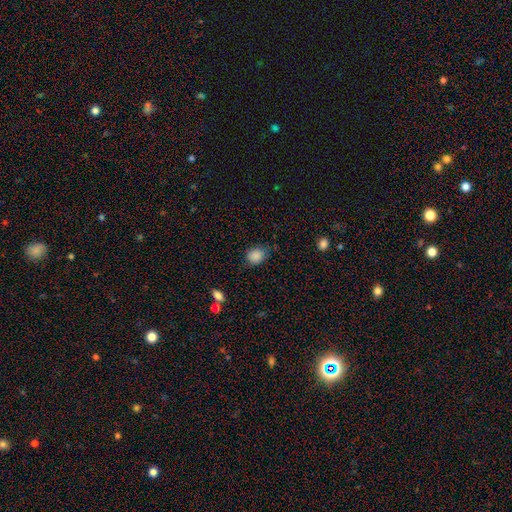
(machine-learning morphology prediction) Smooth or featured?
  - smooth: 86% *
  - star or artifact: 9%
  - featured or disk: 4%
How rounded?
  - round: 54% *
  - in between: 45%
  - cigar-shaped: 1%
Merging?
  - none: 69% *
  - minor disturbance: 24%
  - major disturbance: 5%
  - merger: 2%